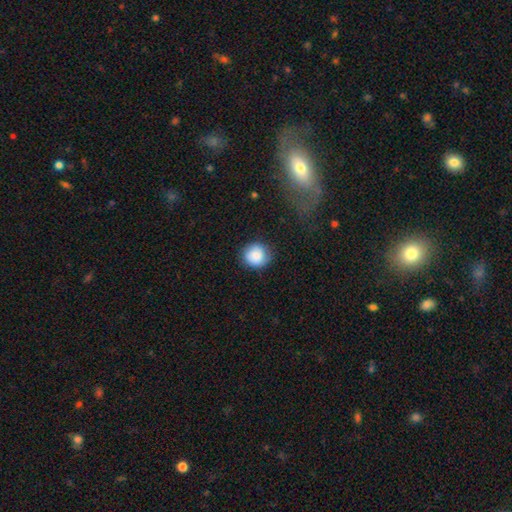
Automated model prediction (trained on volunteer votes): This is clearly a smooth galaxy (84%). How rounded: clearly round (89%). Merging: likely none (79%).